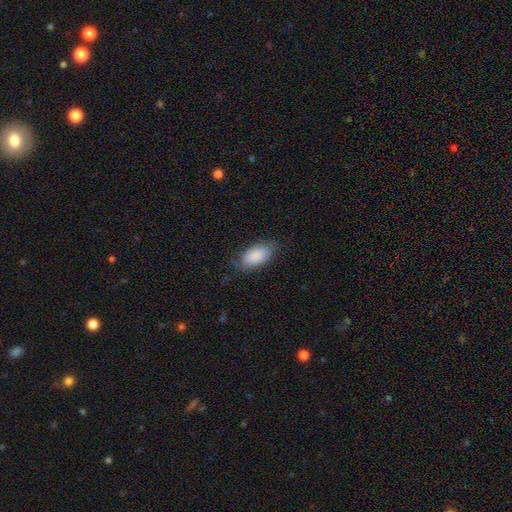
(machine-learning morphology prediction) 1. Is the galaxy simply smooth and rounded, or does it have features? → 85% smooth, 9% featured or disk, 6% star or artifact.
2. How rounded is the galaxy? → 93% in between, 4% cigar-shaped, 3% round.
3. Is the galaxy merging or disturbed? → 73% none, 20% minor disturbance, 6% major disturbance, 1% merger.